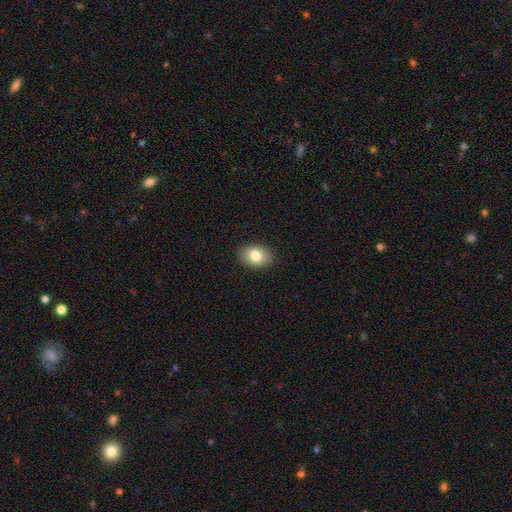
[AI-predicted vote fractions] A smooth galaxy with no disk features (80%) that is in between round and cigar-shaped (76%). Merging: none (89%).